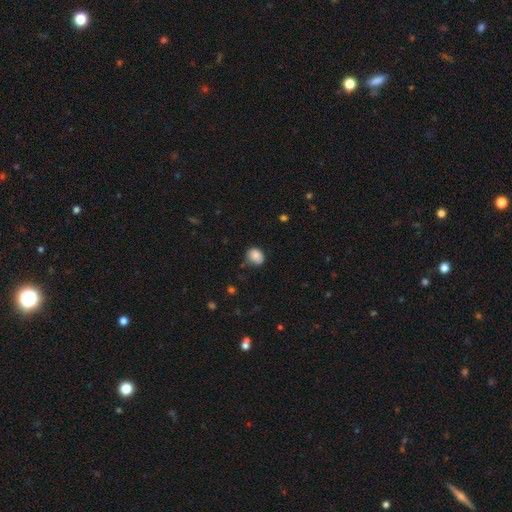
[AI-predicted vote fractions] Smooth or featured? Predicted: smooth (p=0.85). How rounded? Predicted: round (p=0.56). Merging? Predicted: none (p=0.64).